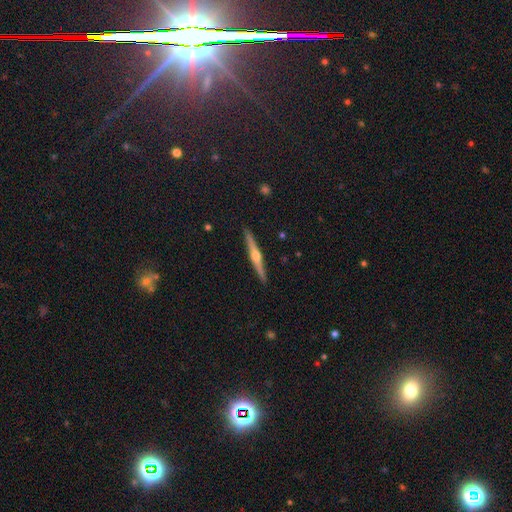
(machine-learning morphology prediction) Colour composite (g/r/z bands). It shows a featured or disk galaxy (80%) viewed edge-on (98%) with a rounded central bulge (92%). Merging: none (92%).